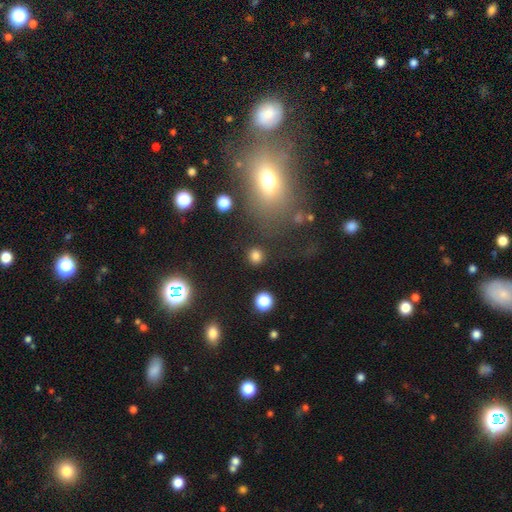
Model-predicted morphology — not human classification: Smooth or featured: smooth — 82% (star or artifact — 14%)
How rounded: round — 90% (in between — 9%)
Merging: none — 87% (minor disturbance — 7%)